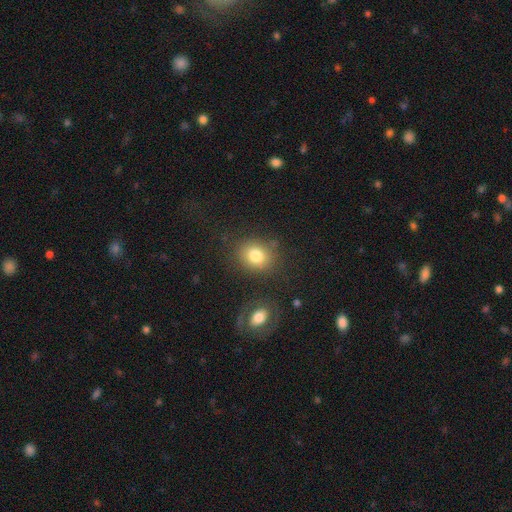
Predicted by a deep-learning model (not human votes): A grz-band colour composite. It shows a smooth galaxy with no disk features (80%) that is round (62%). Merging: none (78%).